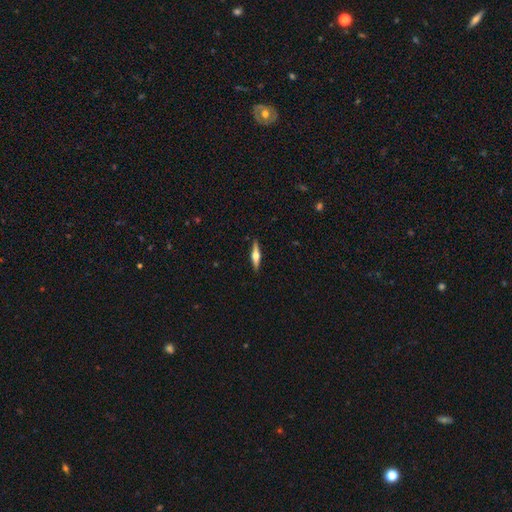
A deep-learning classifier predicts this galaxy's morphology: Smooth or featured?
  - featured or disk: 66% *
  - smooth: 28%
  - star or artifact: 6%
Edge-on disk?
  - yes: 97% *
  - no: 3%
Edge-on bulge?
  - rounded: 94% *
  - boxy: 4%
  - none: 2%
Merging?
  - none: 90% *
  - minor disturbance: 8%
  - major disturbance: 2%
  - merger: 1%